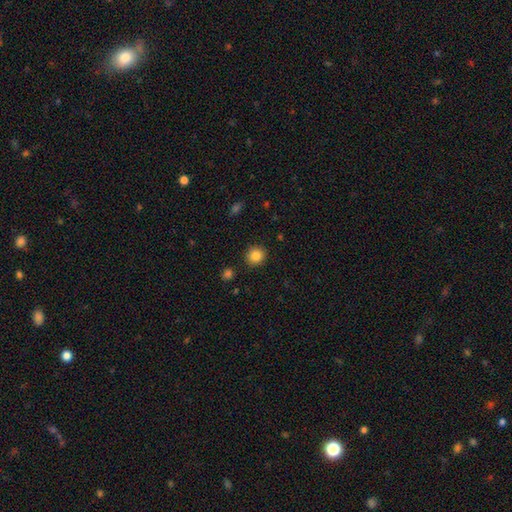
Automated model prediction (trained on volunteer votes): Overall: smooth (85%). How rounded: round (90%). Merging: none (91%).